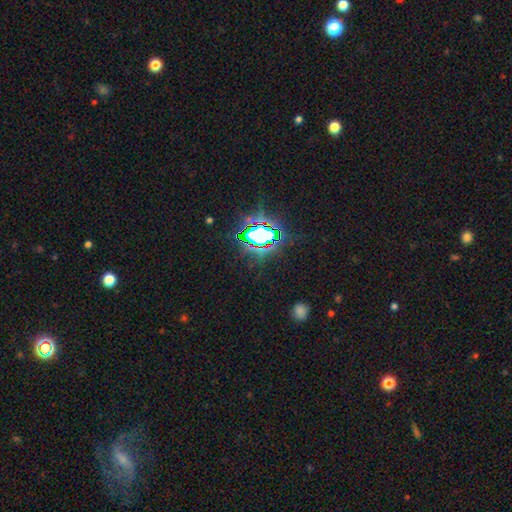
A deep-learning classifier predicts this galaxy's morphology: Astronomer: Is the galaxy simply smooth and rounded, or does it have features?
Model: star or artifact — 75%.